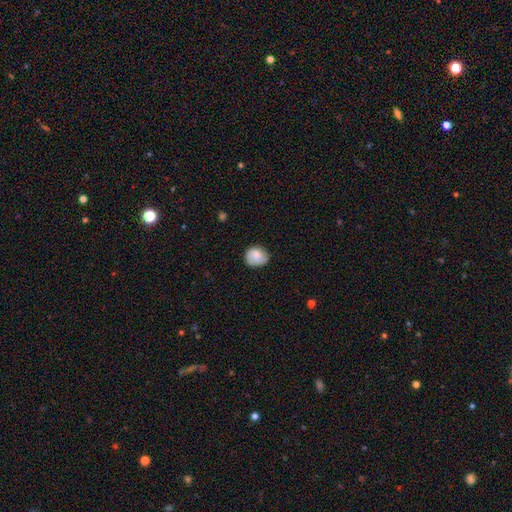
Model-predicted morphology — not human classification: smooth-or-featured: smooth: 75% | featured or disk: 18% | star or artifact: 7%
  how-rounded: round: 73% | in between: 26% | cigar-shaped: 1%
  merging: none: 73% | minor disturbance: 21% | major disturbance: 5% | merger: 1%